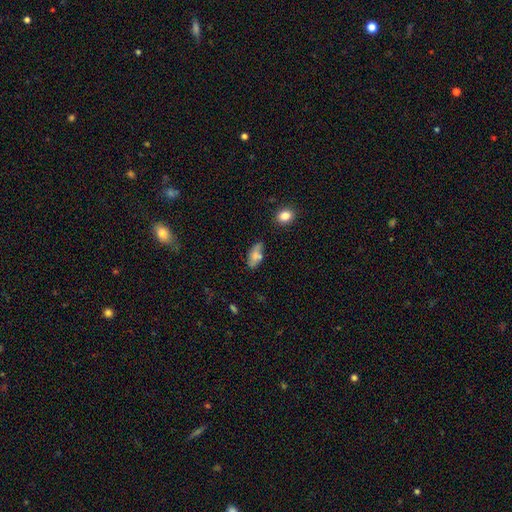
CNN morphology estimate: Smooth or featured?
  - smooth: 66% *
  - featured or disk: 24%
  - star or artifact: 10%
How rounded?
  - in between: 86% *
  - cigar-shaped: 9%
  - round: 5%
Merging?
  - none: 50% *
  - minor disturbance: 29%
  - merger: 11%
  - major disturbance: 10%